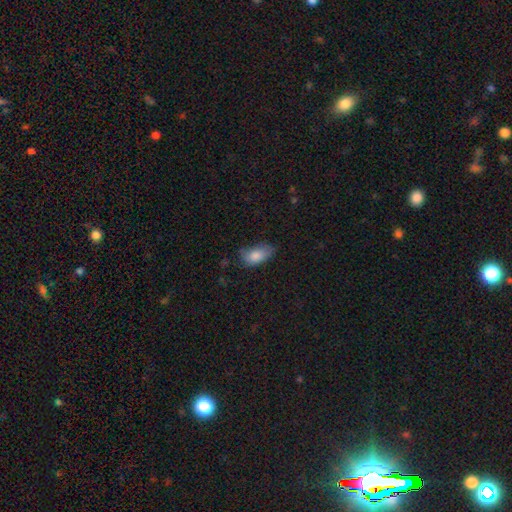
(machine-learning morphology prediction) Smooth or featured? smooth (82%)
How rounded? in between (92%)
Merging? none (53%)